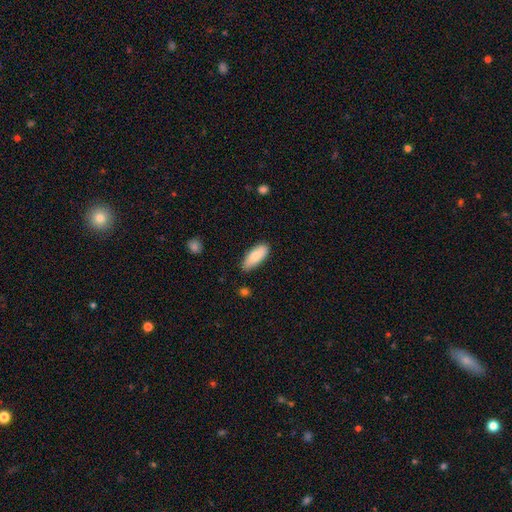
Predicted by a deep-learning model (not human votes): Overall: smooth (81%). How rounded: in between (78%). Merging: none (77%).